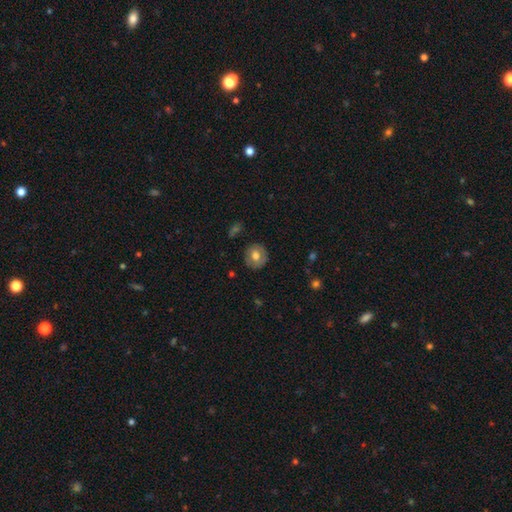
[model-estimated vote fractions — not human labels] Smooth or featured?
  - smooth: 67% *
  - featured or disk: 26%
  - star or artifact: 7%
How rounded?
  - round: 85% *
  - in between: 14%
  - cigar-shaped: 1%
Merging?
  - none: 85% *
  - minor disturbance: 11%
  - major disturbance: 3%
  - merger: 1%